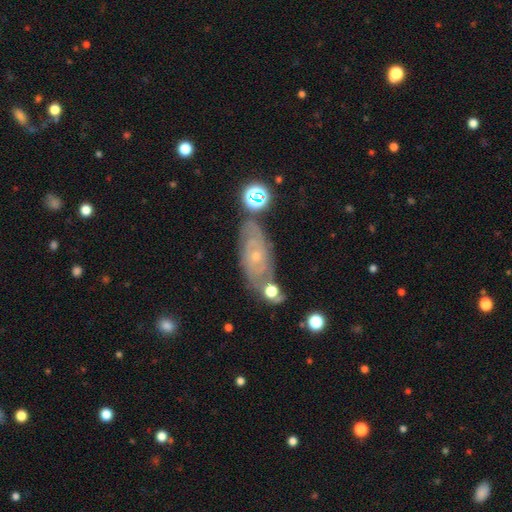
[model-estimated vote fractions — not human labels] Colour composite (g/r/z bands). It shows a featured or disk galaxy (72%) with no bar (76%), tight (69%) spiral arms (88%) and a small central bulge (75%). Merging: none (70%).